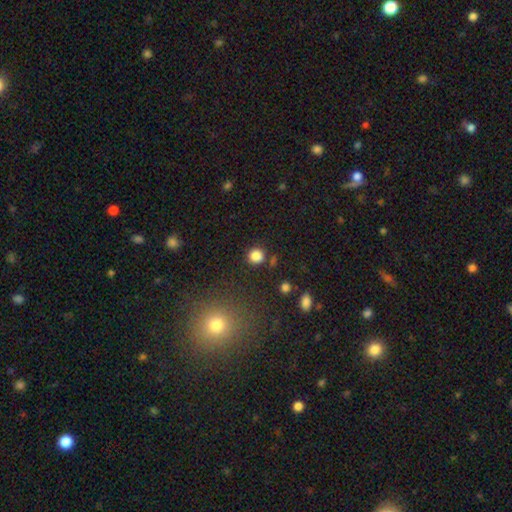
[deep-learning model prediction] Smooth or featured? smooth (84%)
How rounded? round (88%)
Merging? none (85%)